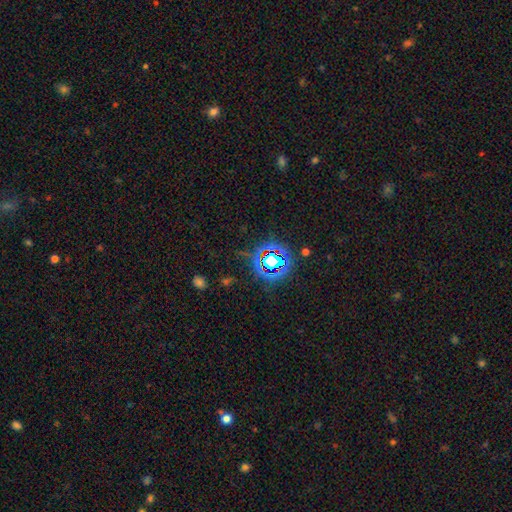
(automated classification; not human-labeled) A star or artifact, not a galaxy (79%).